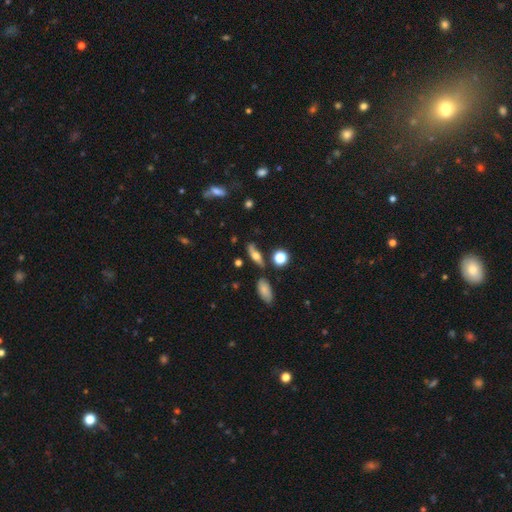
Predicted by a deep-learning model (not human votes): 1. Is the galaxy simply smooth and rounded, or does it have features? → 50% smooth, 39% featured or disk, 11% star or artifact.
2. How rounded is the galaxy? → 48% in between, 42% cigar-shaped, 10% round.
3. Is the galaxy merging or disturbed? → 70% none, 18% minor disturbance, 6% merger, 6% major disturbance.